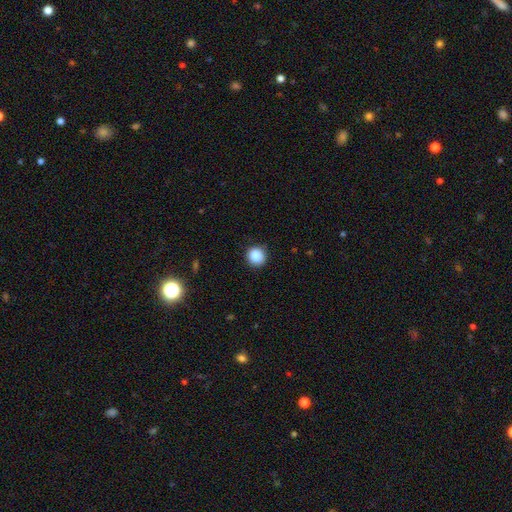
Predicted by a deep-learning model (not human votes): This appears to be a smooth galaxy with no disk features (87%) that is round (94%). Merging: none (91%).